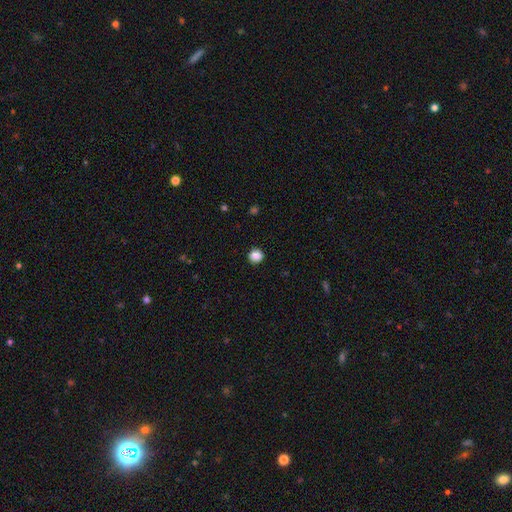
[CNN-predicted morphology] type=smooth (88%); roundness=round (88%); merging=none (91%).